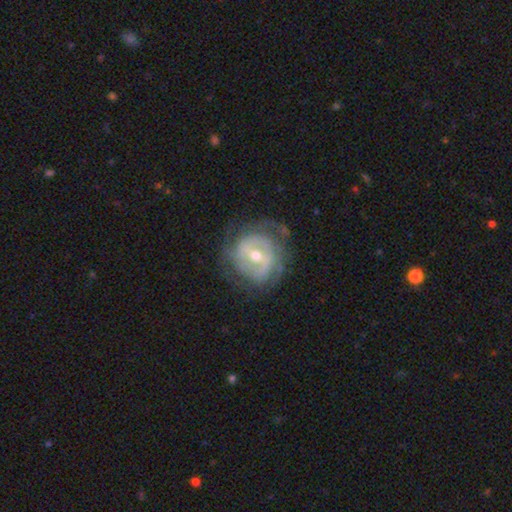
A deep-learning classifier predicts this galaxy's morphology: Smooth or featured? Predicted: featured or disk (p=0.79). Edge-on disk? Predicted: no (p=0.96). Bar? Predicted: weak (p=0.45). Spiral arms? Predicted: yes (p=0.77). Spiral winding? Predicted: tight (p=0.57). Spiral arm count? Predicted: can't tell (p=0.41). Bulge size? Predicted: moderate (p=0.60). Merging? Predicted: none (p=0.69).